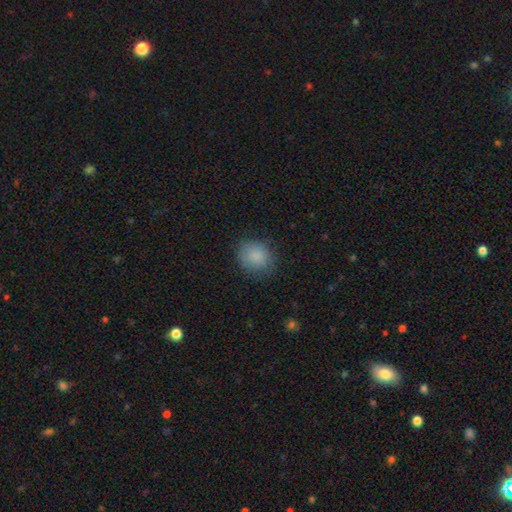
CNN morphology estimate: type=smooth (87%); roundness=round (73%); merging=none (82%).